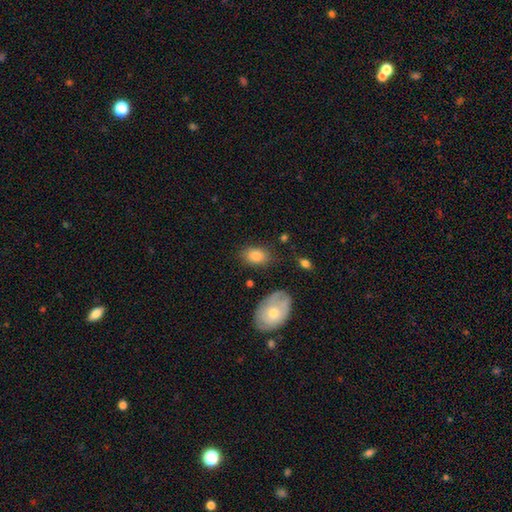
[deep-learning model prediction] This appears to be a smooth galaxy with no disk features (84%) that is in between round and cigar-shaped (86%). Merging: none (77%).